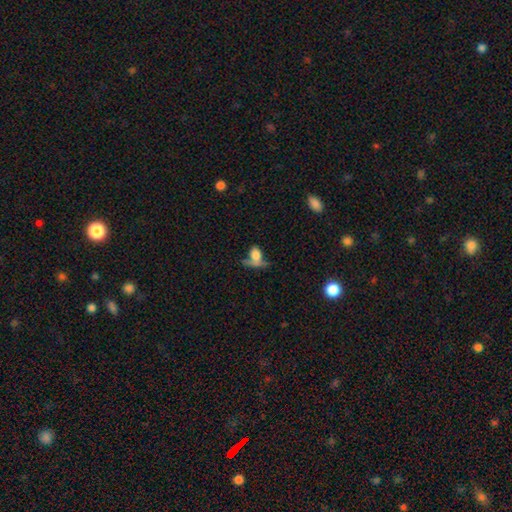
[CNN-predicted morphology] A smooth galaxy with no disk features (68%) that is in between round and cigar-shaped (69%). Merging: none (31%).